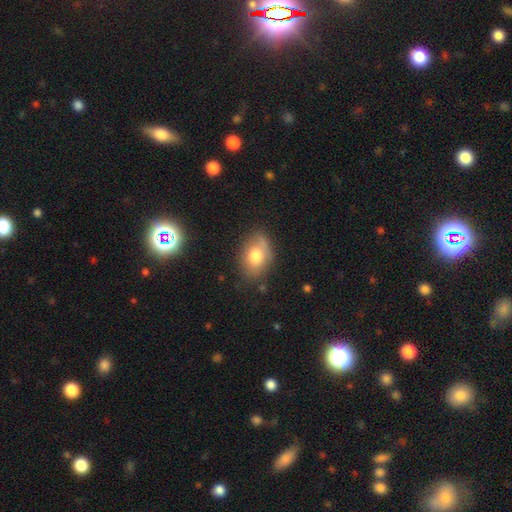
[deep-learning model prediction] Morphology: type=smooth (72%); roundness=in between (79%); merging=none (68%).